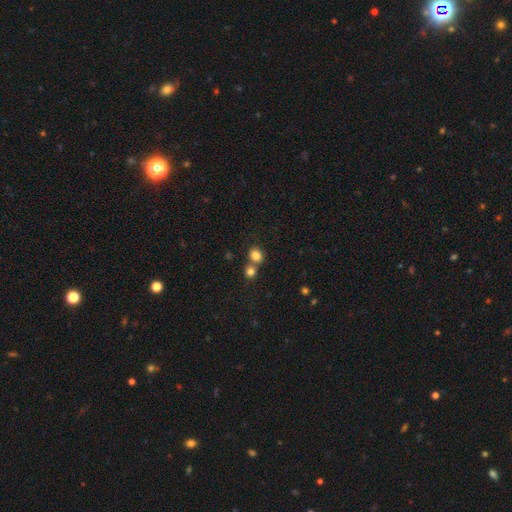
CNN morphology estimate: A smooth galaxy with no disk features (82%) that is round (63%).

Vote fractions:
- Smooth or featured? smooth: 82% / star or artifact: 11% / featured or disk: 6%
- How rounded? round: 63% / in between: 36% / cigar-shaped: 1%
- Merging? none: 51% / merger: 37% / minor disturbance: 8% / major disturbance: 3%